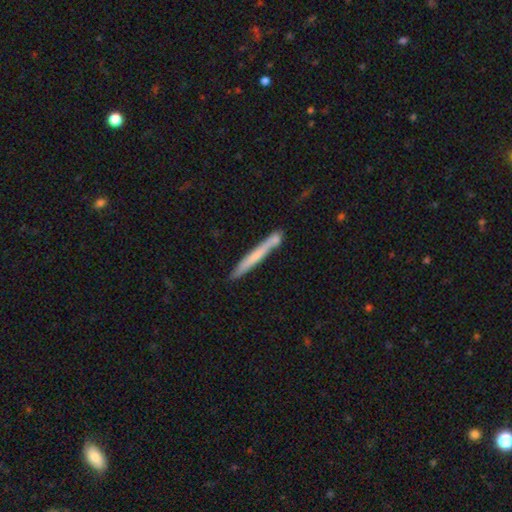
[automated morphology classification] Smooth or featured? Predicted: smooth (p=0.57). How rounded? Predicted: cigar-shaped (p=0.97). Merging? Predicted: none (p=0.73).